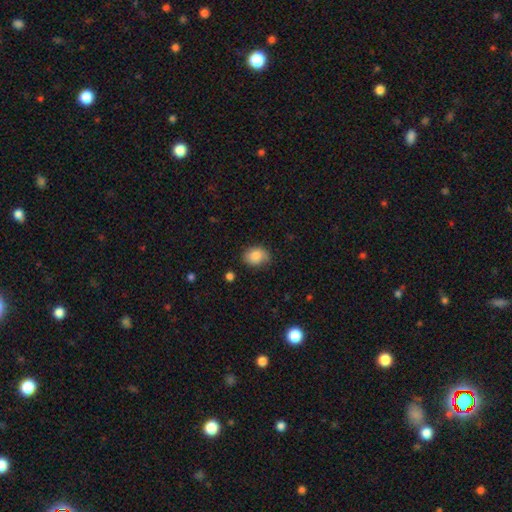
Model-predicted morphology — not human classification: This is clearly a smooth galaxy (84%). How rounded: likely in between (62%). Merging: likely none (75%).